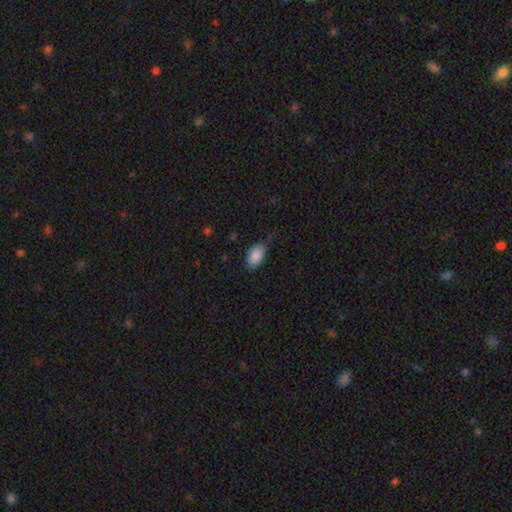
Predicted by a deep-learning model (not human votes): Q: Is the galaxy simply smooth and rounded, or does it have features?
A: smooth — 89%.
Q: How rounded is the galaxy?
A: in between — 93%.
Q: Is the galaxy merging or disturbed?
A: none — 73%.